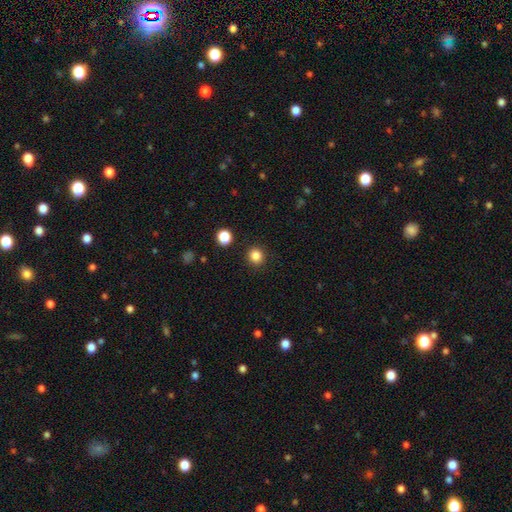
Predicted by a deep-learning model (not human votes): Overall: smooth (85%). How rounded: round (89%). Merging: none (92%).